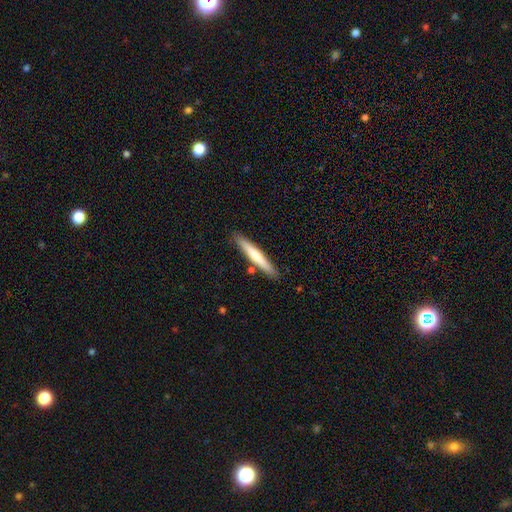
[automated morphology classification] This appears to be a smooth galaxy with no disk features (60%) that is cigar-shaped (94%). Merging: none (87%).